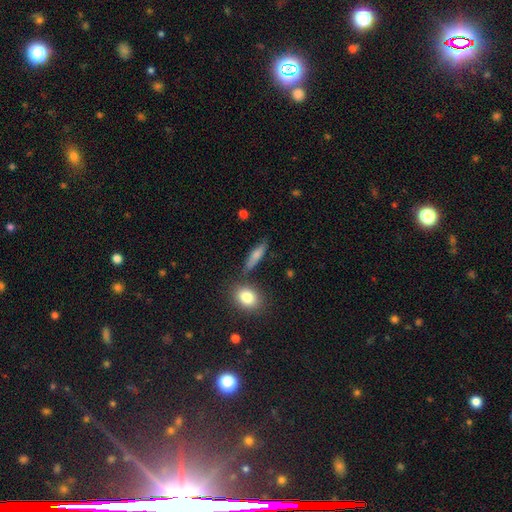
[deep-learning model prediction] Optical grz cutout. It shows a smooth galaxy with no disk features (72%) that is cigar-shaped (63%). Merging: none (73%).